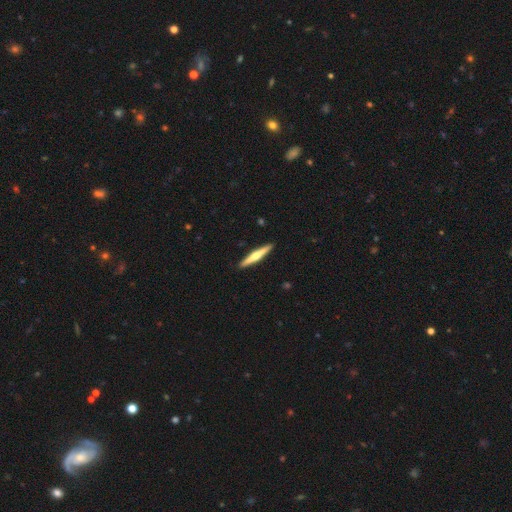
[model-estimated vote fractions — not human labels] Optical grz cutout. It shows a featured or disk galaxy (58%) viewed edge-on (97%) with a rounded central bulge (87%). Merging: none (92%).